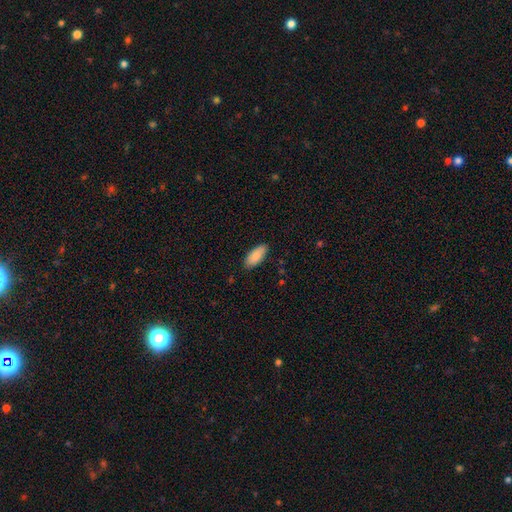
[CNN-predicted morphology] Smooth or featured? Predicted: smooth (p=0.89). How rounded? Predicted: in between (p=0.86). Merging? Predicted: none (p=0.86).